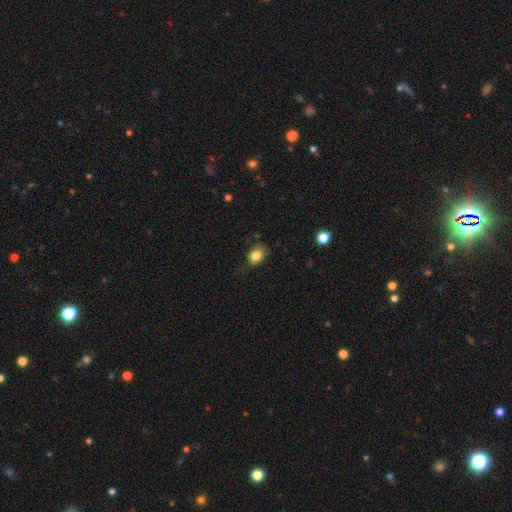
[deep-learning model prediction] smooth-or-featured: smooth: 83% | star or artifact: 10% | featured or disk: 7%
  how-rounded: in between: 50% | round: 49% | cigar-shaped: 1%
  merging: none: 59% | minor disturbance: 29% | major disturbance: 10% | merger: 2%